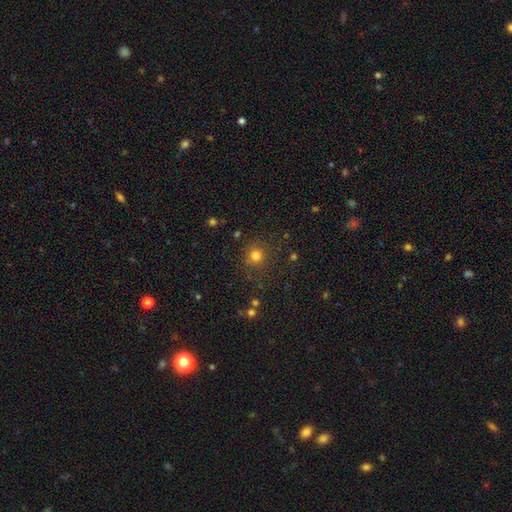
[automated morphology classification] type=smooth (79%); roundness=round (91%); merging=none (83%).